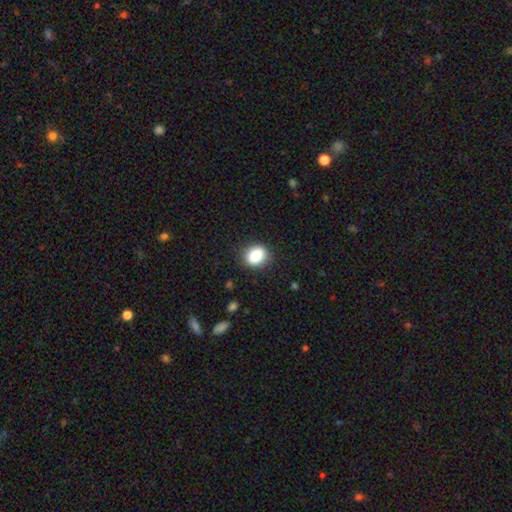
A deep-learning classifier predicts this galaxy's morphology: Smooth or featured?
  - smooth: 85% *
  - star or artifact: 9%
  - featured or disk: 6%
How rounded?
  - round: 53% *
  - in between: 46%
  - cigar-shaped: 1%
Merging?
  - none: 88% *
  - minor disturbance: 9%
  - major disturbance: 3%
  - merger: 1%